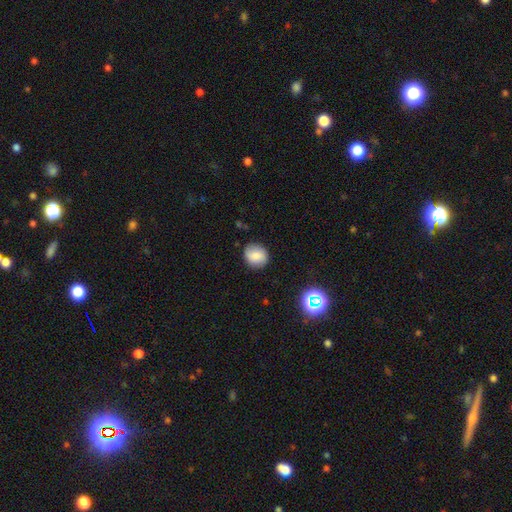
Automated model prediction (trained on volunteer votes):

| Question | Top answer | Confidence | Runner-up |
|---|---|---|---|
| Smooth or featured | smooth | 78% | featured or disk (12%) |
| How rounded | round | 82% | in between (17%) |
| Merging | none | 86% | minor disturbance (10%) |